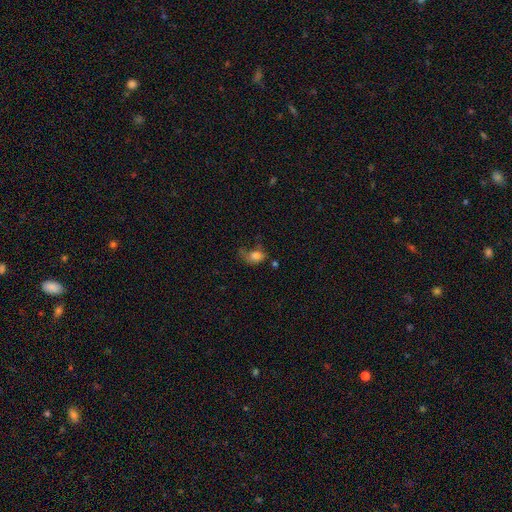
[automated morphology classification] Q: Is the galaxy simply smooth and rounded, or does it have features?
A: smooth — 74%.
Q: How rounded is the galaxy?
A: in between — 76%.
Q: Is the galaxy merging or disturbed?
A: major disturbance — 38%.